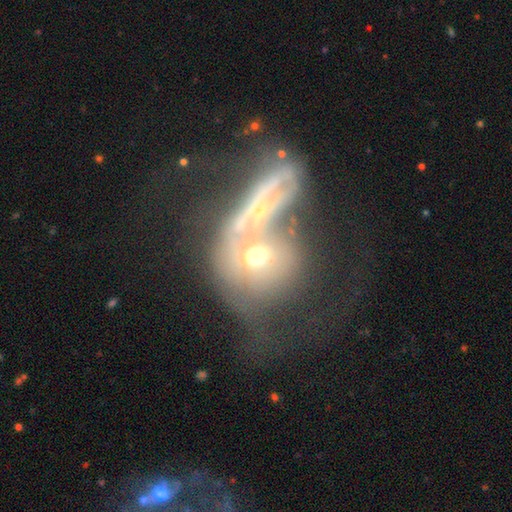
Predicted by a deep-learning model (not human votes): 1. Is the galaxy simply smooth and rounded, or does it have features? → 63% featured or disk, 24% smooth, 13% star or artifact.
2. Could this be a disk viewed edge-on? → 90% no, 10% yes.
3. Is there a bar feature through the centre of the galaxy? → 69% no, 20% weak, 11% strong.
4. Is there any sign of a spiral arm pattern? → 54% no, 46% yes.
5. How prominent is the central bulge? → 49% moderate, 36% small, 6% large, 6% none, 3% dominant.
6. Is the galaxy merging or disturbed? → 73% merger, 12% major disturbance, 10% none, 6% minor disturbance.